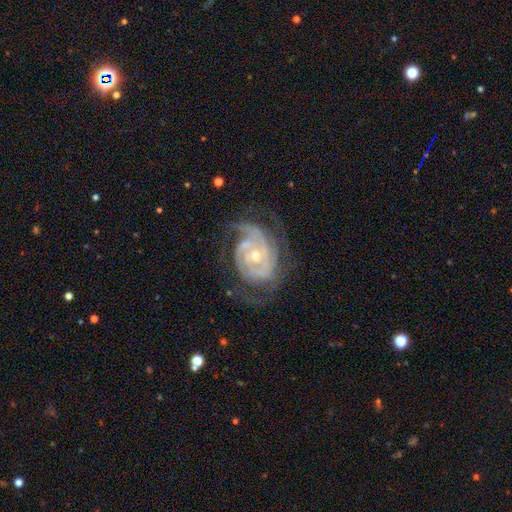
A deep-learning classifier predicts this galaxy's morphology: featured or disk 90%, star or artifact 5%, smooth 5%. Down the decision tree: edge-on disk — no (97%); bar — no (66%); spiral arms — yes (96%); spiral arm count — 3 (30%); spiral winding — tight (70%); bulge size — small (52%); merging — none (61%).